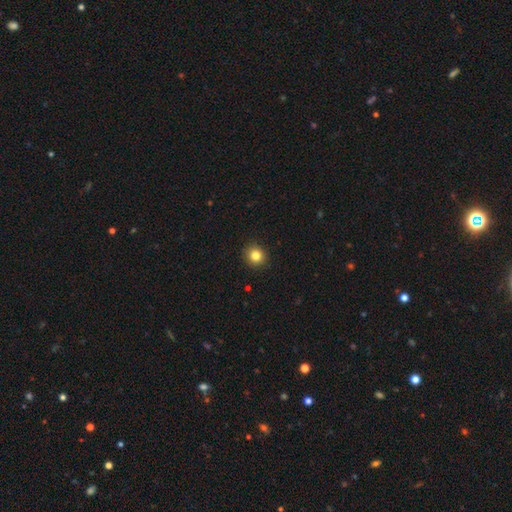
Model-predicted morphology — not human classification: Smooth or featured?
  - smooth: 83% *
  - star or artifact: 11%
  - featured or disk: 5%
How rounded?
  - round: 90% *
  - in between: 9%
  - cigar-shaped: 1%
Merging?
  - none: 92% *
  - minor disturbance: 6%
  - major disturbance: 2%
  - merger: 1%